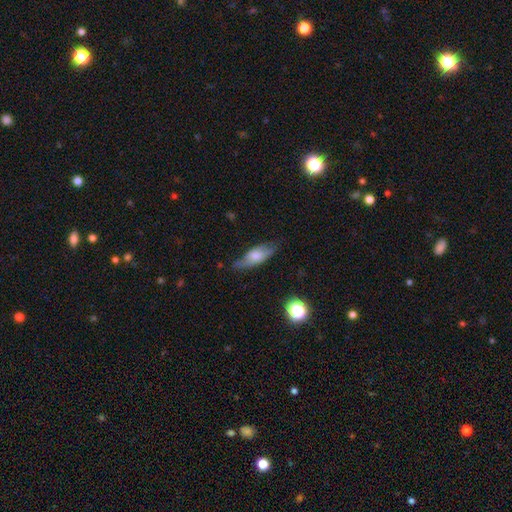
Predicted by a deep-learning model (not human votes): Smooth or featured?
  - smooth: 57% *
  - featured or disk: 36%
  - star or artifact: 7%
How rounded?
  - in between: 67% *
  - cigar-shaped: 30%
  - round: 3%
Merging?
  - none: 67% *
  - minor disturbance: 25%
  - major disturbance: 7%
  - merger: 2%